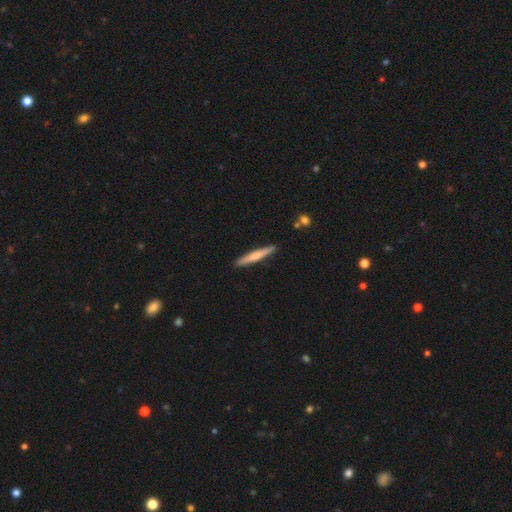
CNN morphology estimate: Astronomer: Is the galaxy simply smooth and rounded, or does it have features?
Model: smooth — 56% (runner-up: featured or disk, 39%).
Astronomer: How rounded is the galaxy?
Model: cigar-shaped — 95%.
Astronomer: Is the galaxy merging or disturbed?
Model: none — 91%.